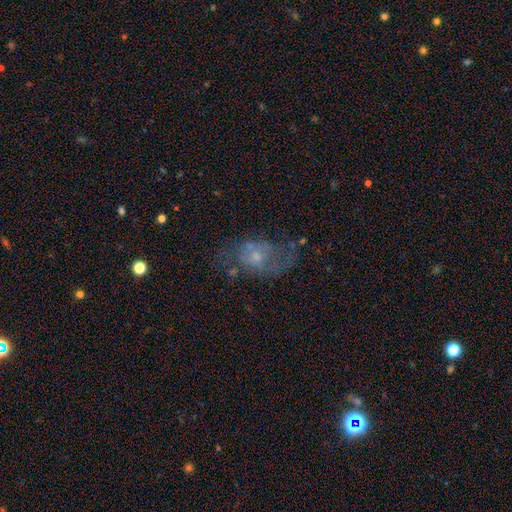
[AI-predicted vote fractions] Smooth or featured? featured or disk (56%)
Edge-on disk? no (95%)
Bar? no (77%)
Spiral arms? yes (57%)
Bulge size? small (56%)
Merging? none (49%)